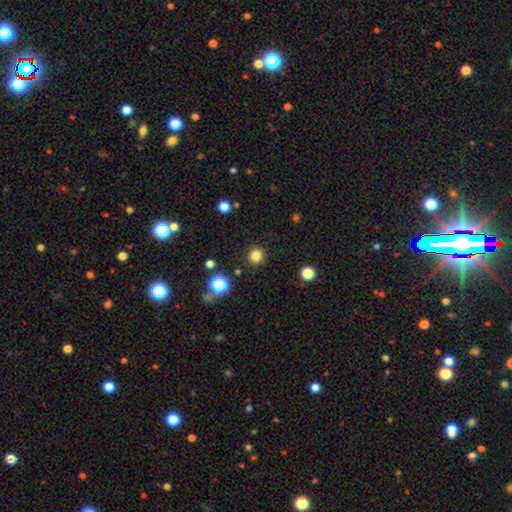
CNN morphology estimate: smooth 82%, star or artifact 14%, featured or disk 4%. Down the decision tree: how rounded — round (94%); merging — none (90%).